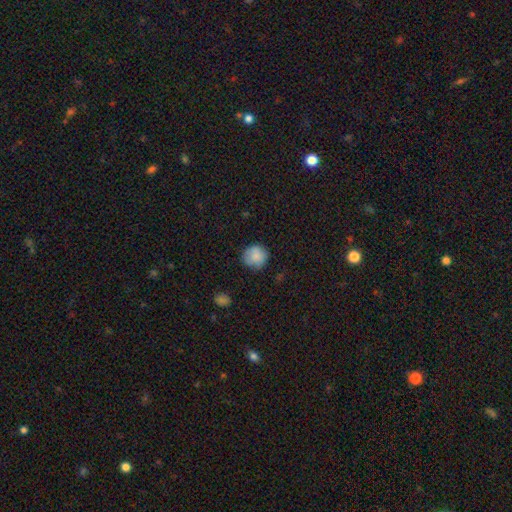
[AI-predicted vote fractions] Smooth or featured? smooth (84%)
How rounded? round (90%)
Merging? none (78%)